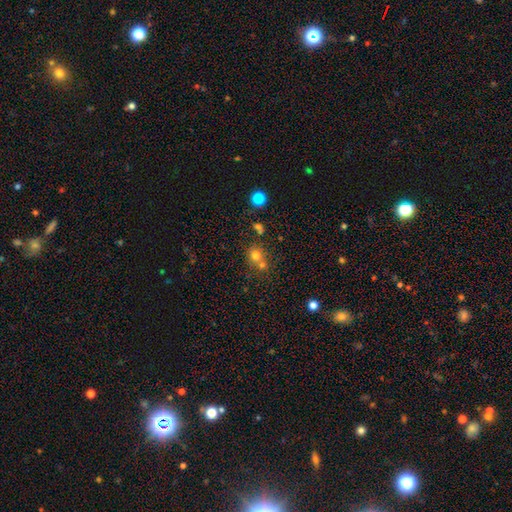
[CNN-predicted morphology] smooth-or-featured: smooth: 73% | star or artifact: 16% | featured or disk: 11%
  how-rounded: round: 82% | in between: 17% | cigar-shaped: 1%
  merging: none: 51% | merger: 38% | minor disturbance: 8% | major disturbance: 3%